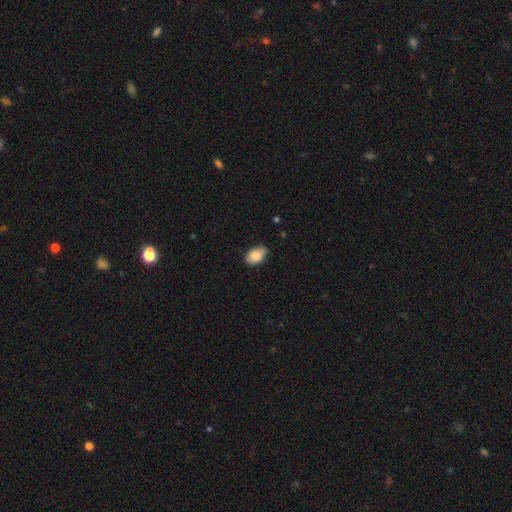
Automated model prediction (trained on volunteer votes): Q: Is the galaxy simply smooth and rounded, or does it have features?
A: smooth — 82%.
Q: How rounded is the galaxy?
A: in between — 90%.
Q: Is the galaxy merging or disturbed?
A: none — 74%.